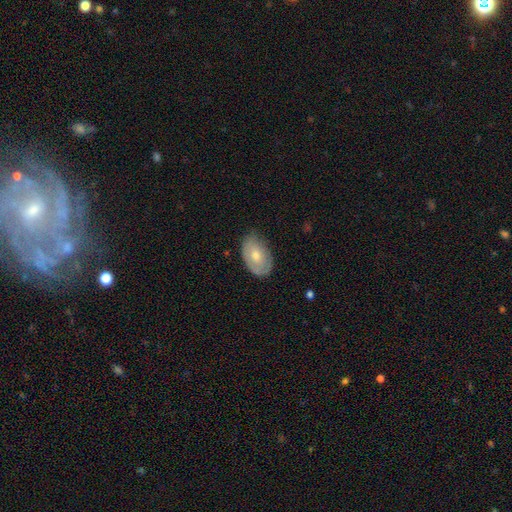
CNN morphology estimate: This appears to be a smooth galaxy with no disk features (60%) that is in between round and cigar-shaped (90%). Merging: none (68%).